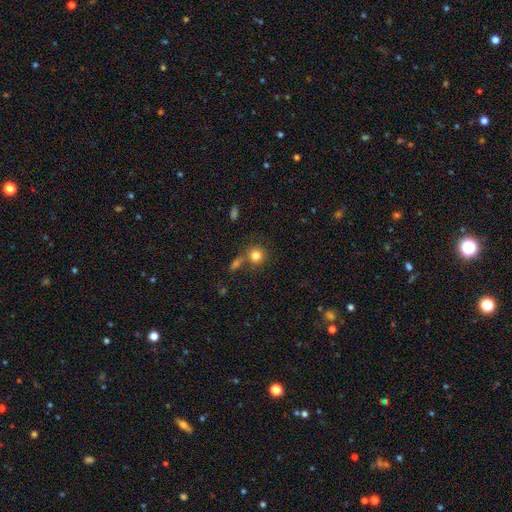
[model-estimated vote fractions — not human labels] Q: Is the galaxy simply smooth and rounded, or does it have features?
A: smooth — 81%.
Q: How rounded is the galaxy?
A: round — 88%.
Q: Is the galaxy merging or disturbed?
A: none — 63%.